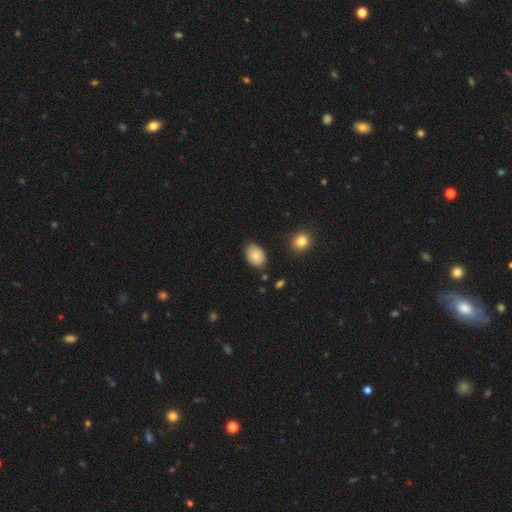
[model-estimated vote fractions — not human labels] The model was most divided on "how rounded": in between: 82%, round: 17%, cigar-shaped: 1%. More confident: smooth or featured — smooth (84%); merging — none (82%).